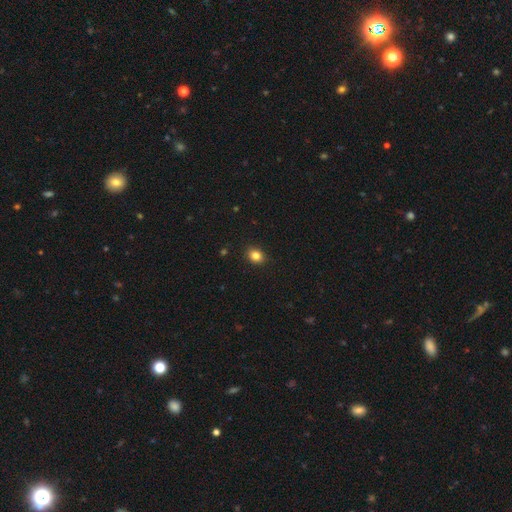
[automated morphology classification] smooth-or-featured: smooth: 84% | star or artifact: 11% | featured or disk: 5%
  how-rounded: round: 59% | in between: 41% | cigar-shaped: 1%
  merging: none: 91% | minor disturbance: 7% | major disturbance: 2% | merger: 1%